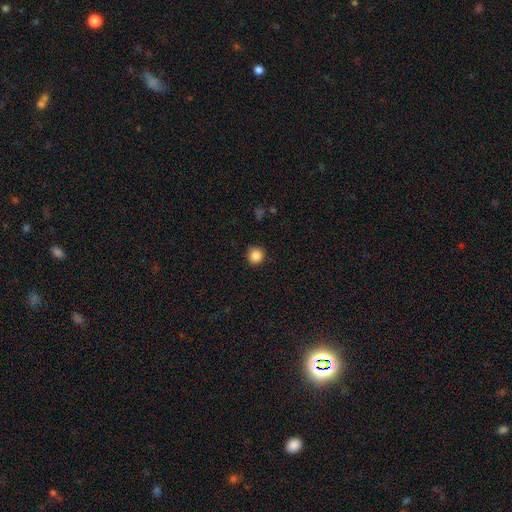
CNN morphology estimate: Smooth or featured? Predicted: smooth (p=0.86). How rounded? Predicted: round (p=0.94). Merging? Predicted: none (p=0.91).